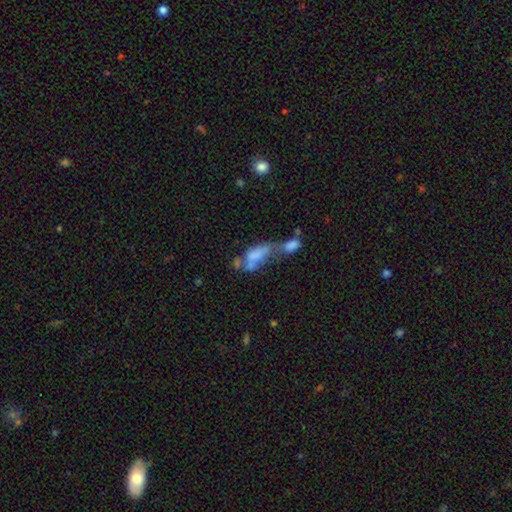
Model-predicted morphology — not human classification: A smooth galaxy with no disk features (55%) that is in between round and cigar-shaped (81%).

Vote fractions:
- Smooth or featured? smooth: 55% / featured or disk: 34% / star or artifact: 11%
- How rounded? in between: 81% / cigar-shaped: 15% / round: 4%
- Merging? merger: 65% / major disturbance: 17% / none: 10% / minor disturbance: 8%